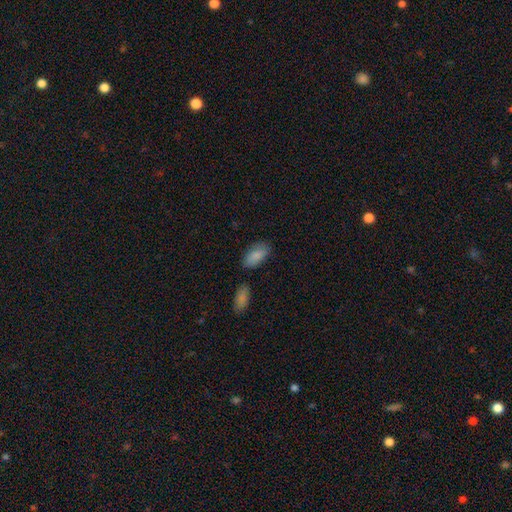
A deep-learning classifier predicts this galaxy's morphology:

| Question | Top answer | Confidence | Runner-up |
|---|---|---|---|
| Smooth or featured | smooth | 86% | featured or disk (8%) |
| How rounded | in between | 93% | cigar-shaped (4%) |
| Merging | none | 73% | minor disturbance (16%) |